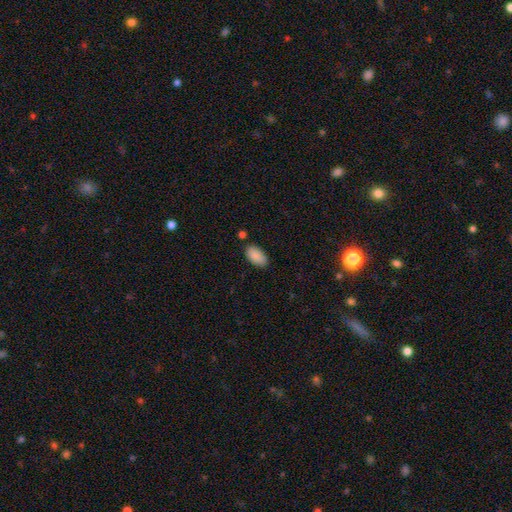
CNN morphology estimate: A smooth galaxy with no disk features (89%) that is in between round and cigar-shaped (95%).

Vote fractions:
- Smooth or featured? smooth: 89% / star or artifact: 7% / featured or disk: 4%
- How rounded? in between: 95% / round: 3% / cigar-shaped: 2%
- Merging? none: 81% / minor disturbance: 13% / merger: 4% / major disturbance: 3%